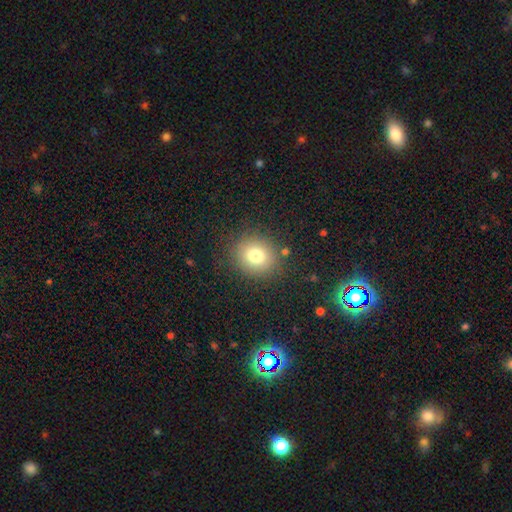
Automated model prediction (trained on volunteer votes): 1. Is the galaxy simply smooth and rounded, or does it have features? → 76% smooth, 13% star or artifact, 10% featured or disk.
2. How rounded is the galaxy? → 78% round, 21% in between, 1% cigar-shaped.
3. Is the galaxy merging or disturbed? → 86% none, 8% minor disturbance, 4% major disturbance, 2% merger.